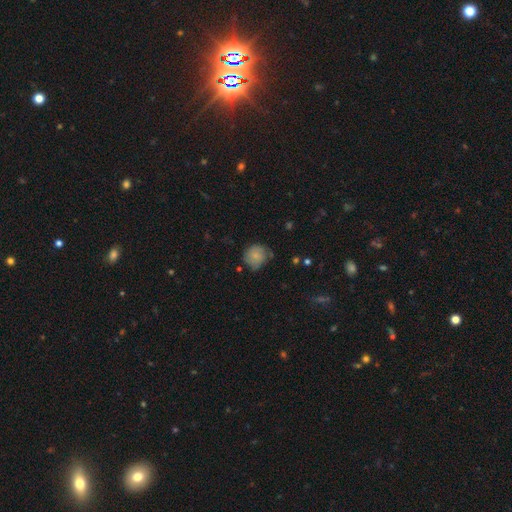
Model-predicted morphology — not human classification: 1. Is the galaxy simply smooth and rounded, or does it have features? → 78% smooth, 14% featured or disk, 8% star or artifact.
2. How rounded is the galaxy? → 81% round, 18% in between, 1% cigar-shaped.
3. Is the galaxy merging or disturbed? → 59% none, 31% minor disturbance, 7% major disturbance, 3% merger.